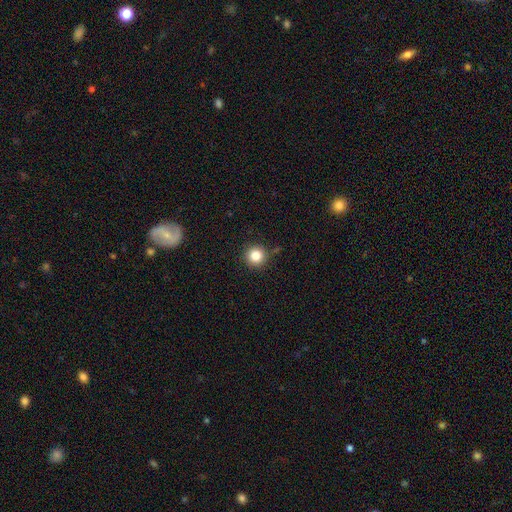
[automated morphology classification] Smooth or featured?
  - smooth: 85% *
  - star or artifact: 11%
  - featured or disk: 5%
How rounded?
  - round: 95% *
  - in between: 4%
  - cigar-shaped: 1%
Merging?
  - none: 87% *
  - minor disturbance: 9%
  - major disturbance: 3%
  - merger: 2%